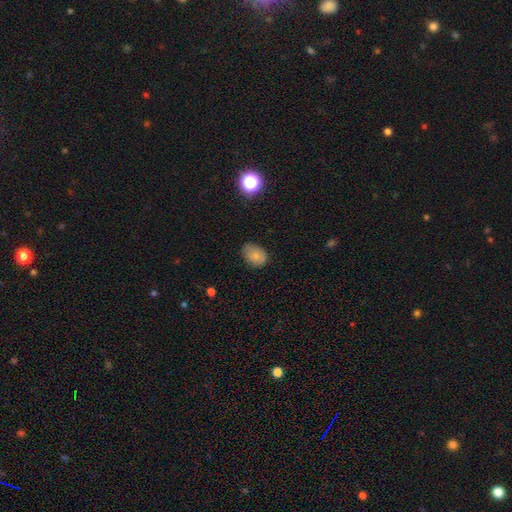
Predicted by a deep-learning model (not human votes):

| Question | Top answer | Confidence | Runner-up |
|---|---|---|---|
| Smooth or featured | smooth | 79% | star or artifact (11%) |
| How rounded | in between | 71% | round (28%) |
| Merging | none | 65% | minor disturbance (28%) |